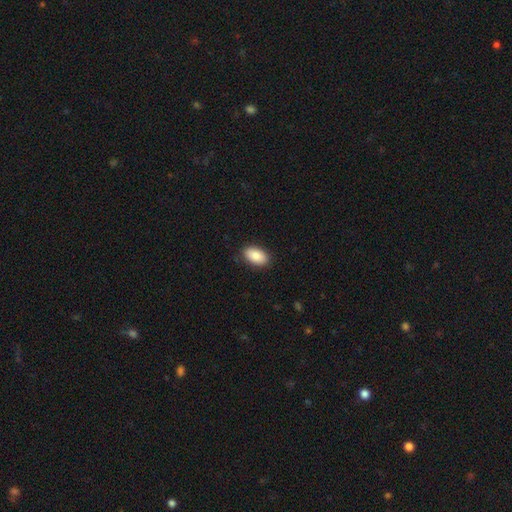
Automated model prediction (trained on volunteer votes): smooth 87%, star or artifact 7%, featured or disk 6%. Down the decision tree: how rounded — in between (93%); merging — none (88%).